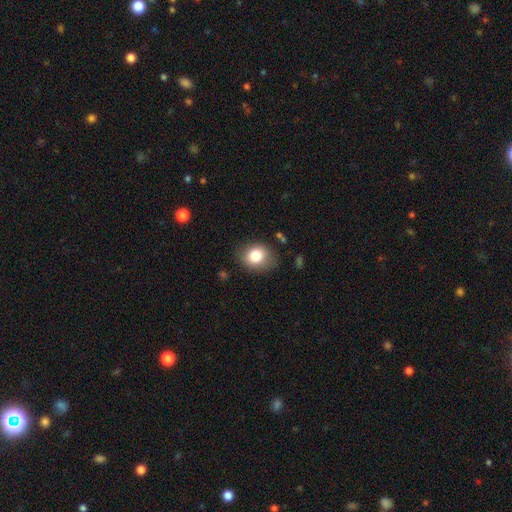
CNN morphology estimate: Smooth or featured: smooth — 81% (featured or disk — 10%)
How rounded: round — 56% (in between — 43%)
Merging: none — 78% (minor disturbance — 16%)